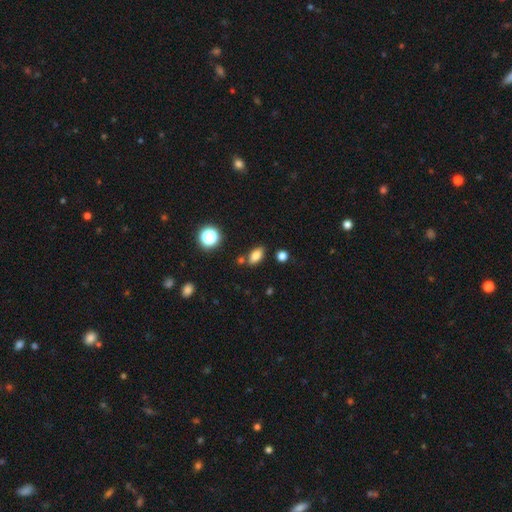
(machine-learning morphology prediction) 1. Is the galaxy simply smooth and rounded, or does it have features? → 78% smooth, 12% star or artifact, 10% featured or disk.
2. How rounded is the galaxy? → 83% in between, 10% round, 7% cigar-shaped.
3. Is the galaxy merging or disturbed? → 79% none, 11% minor disturbance, 7% merger, 3% major disturbance.